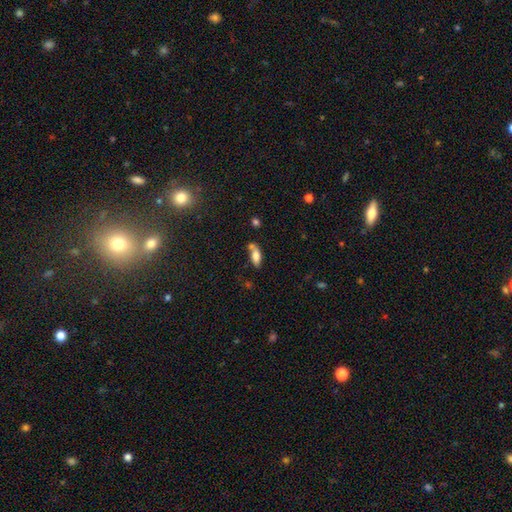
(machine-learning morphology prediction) A smooth galaxy with no disk features (73%) that is in between round and cigar-shaped (75%). Merging: none (50%).